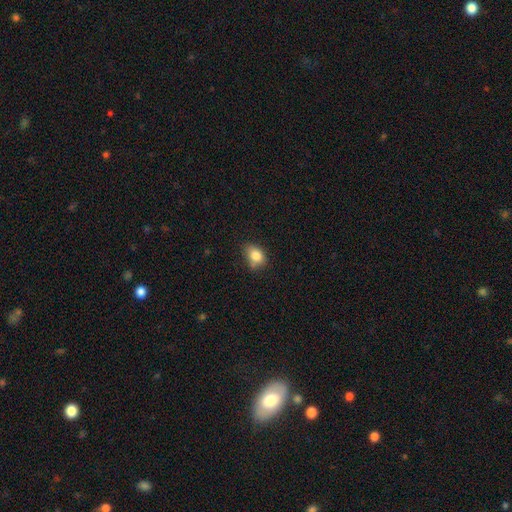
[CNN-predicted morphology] smooth-or-featured: smooth: 83% | star or artifact: 9% | featured or disk: 8%
  how-rounded: in between: 71% | round: 27% | cigar-shaped: 1%
  merging: none: 59% | minor disturbance: 28% | merger: 6% | major disturbance: 6%